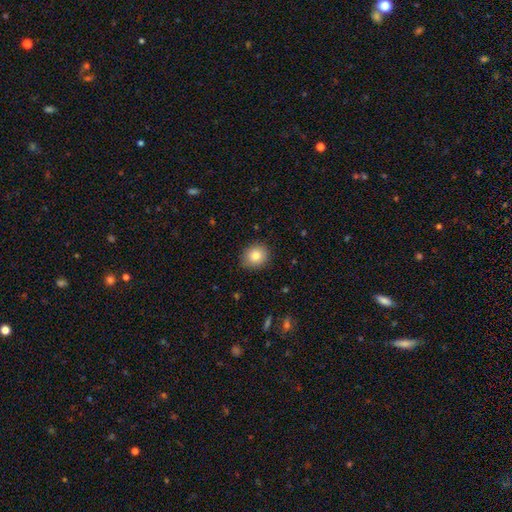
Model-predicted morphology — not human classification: type=smooth (83%); roundness=round (78%); merging=none (87%).